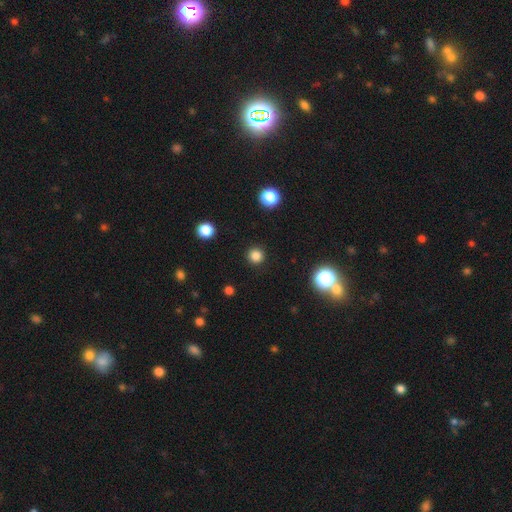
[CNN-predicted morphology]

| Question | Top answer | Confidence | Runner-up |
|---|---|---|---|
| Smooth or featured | smooth | 83% | star or artifact (14%) |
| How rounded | round | 95% | in between (4%) |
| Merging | none | 92% | minor disturbance (5%) |